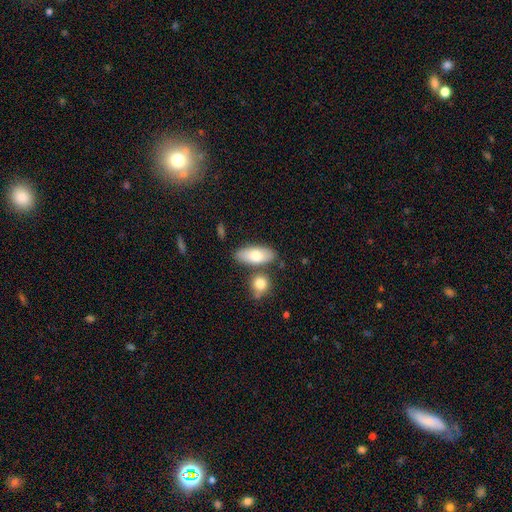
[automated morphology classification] A smooth galaxy with no disk features (75%) that is in between round and cigar-shaped (84%).

Vote fractions:
- Smooth or featured? smooth: 75% / featured or disk: 19% / star or artifact: 6%
- How rounded? in between: 84% / cigar-shaped: 13% / round: 3%
- Merging? none: 72% / merger: 14% / minor disturbance: 11% / major disturbance: 3%